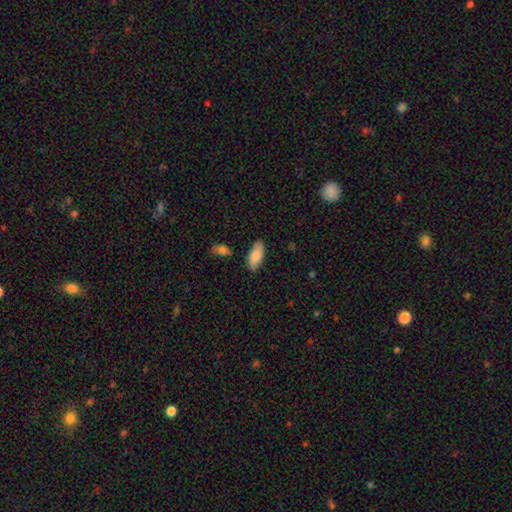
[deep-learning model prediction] Smooth or featured?
  - smooth: 85% *
  - featured or disk: 9%
  - star or artifact: 6%
How rounded?
  - in between: 90% *
  - cigar-shaped: 9%
  - round: 2%
Merging?
  - none: 82% *
  - minor disturbance: 13%
  - major disturbance: 2%
  - merger: 2%